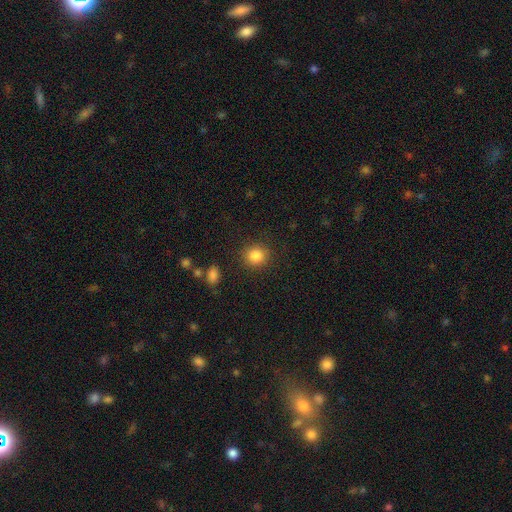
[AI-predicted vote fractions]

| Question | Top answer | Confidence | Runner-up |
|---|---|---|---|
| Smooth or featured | smooth | 85% | star or artifact (10%) |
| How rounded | round | 87% | in between (12%) |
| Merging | none | 88% | minor disturbance (7%) |